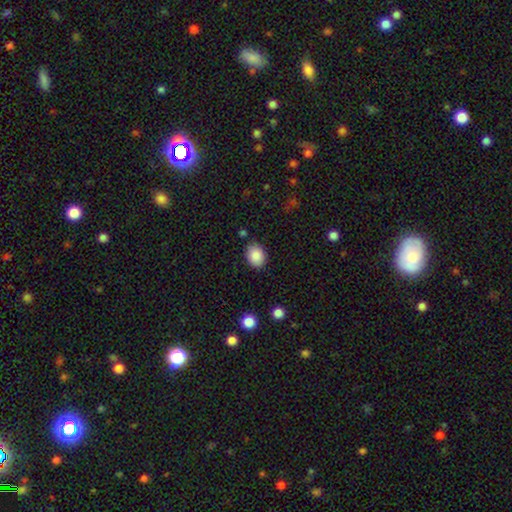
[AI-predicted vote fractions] Overall: smooth (88%). How rounded: in between (58%; round 41%). Merging: none (84%).